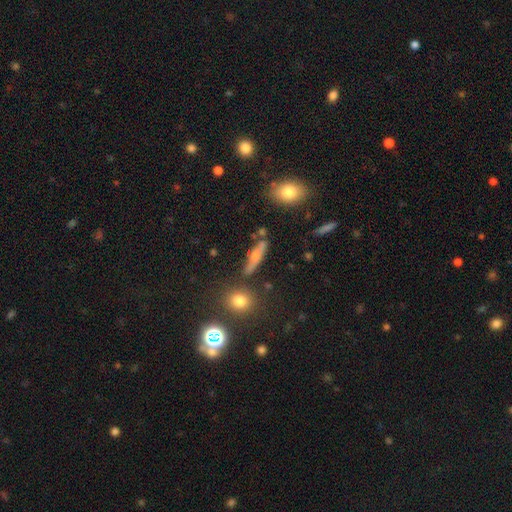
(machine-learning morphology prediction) smooth 52%, featured or disk 37%, star or artifact 11%. Down the decision tree: how rounded — cigar-shaped (65%); merging — none (73%).